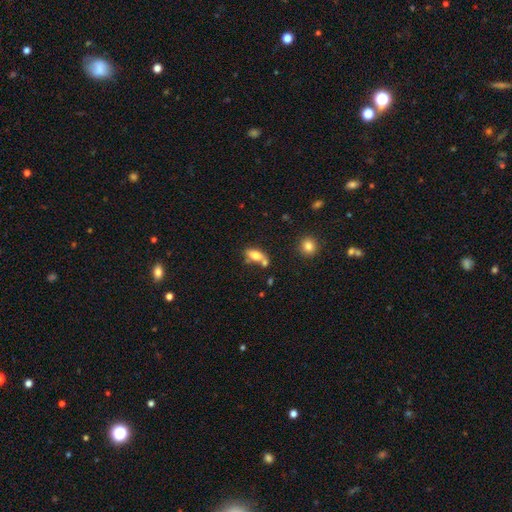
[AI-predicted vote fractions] smooth-or-featured: smooth: 74% | featured or disk: 17% | star or artifact: 9%
  how-rounded: in between: 84% | cigar-shaped: 10% | round: 6%
  merging: none: 48% | merger: 31% | minor disturbance: 16% | major disturbance: 6%